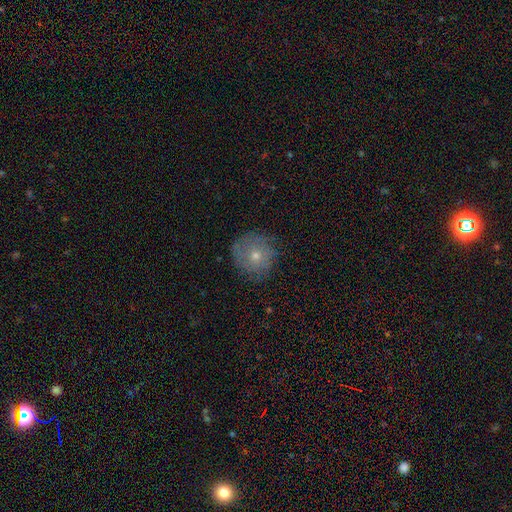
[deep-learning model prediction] smooth 51%, featured or disk 35%, star or artifact 14%. Down the decision tree: how rounded — round (92%); merging — none (79%).